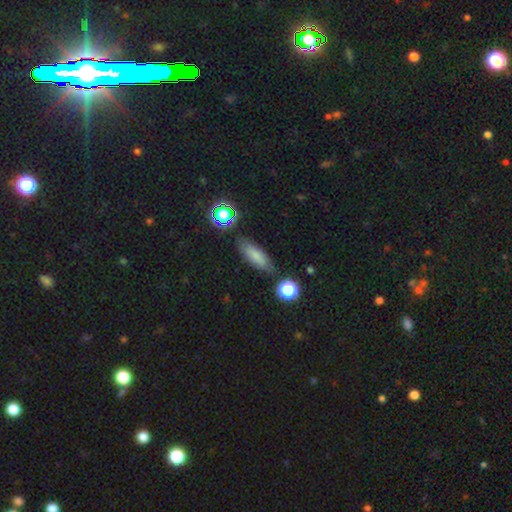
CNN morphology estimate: smooth_or_featured: smooth (p=0.77) [alt: star or artifact p=0.12]
how_rounded: in between (p=0.56) [alt: cigar-shaped p=0.40]
merging: none (p=0.81) [alt: minor disturbance p=0.12]